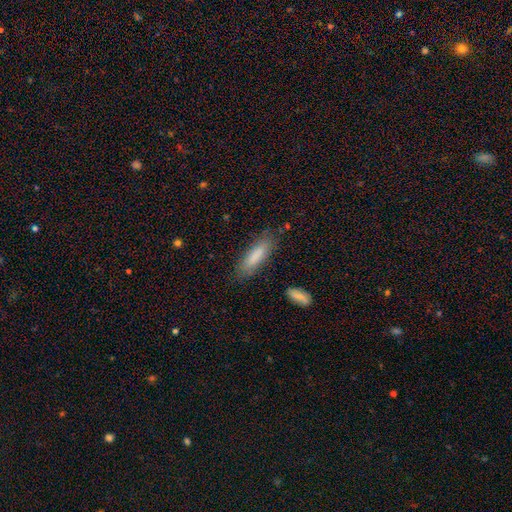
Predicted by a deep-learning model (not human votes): A smooth galaxy with no disk features (83%) that is cigar-shaped (62%).

Vote fractions:
- Smooth or featured? smooth: 83% / featured or disk: 11% / star or artifact: 6%
- How rounded? cigar-shaped: 62% / in between: 36% / round: 1%
- Merging? none: 82% / minor disturbance: 13% / major disturbance: 3% / merger: 2%